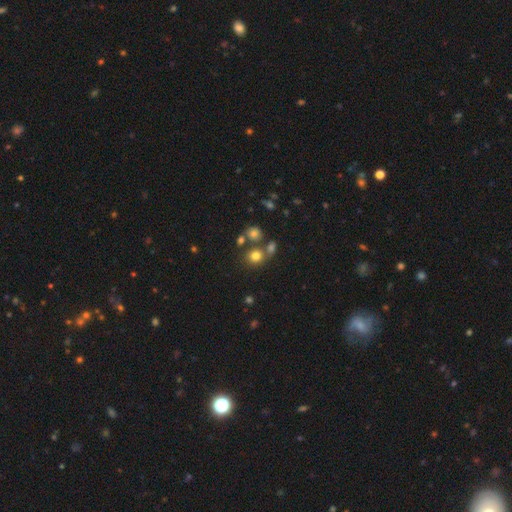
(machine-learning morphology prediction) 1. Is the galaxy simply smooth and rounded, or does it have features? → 75% smooth, 16% star or artifact, 9% featured or disk.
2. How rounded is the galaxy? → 80% round, 19% in between, 1% cigar-shaped.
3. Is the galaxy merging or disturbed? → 63% none, 23% merger, 10% minor disturbance, 4% major disturbance.